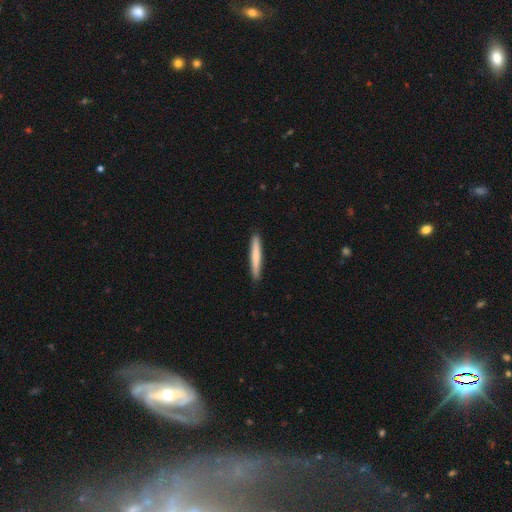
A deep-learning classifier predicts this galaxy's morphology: A smooth galaxy with no disk features (75%) that is cigar-shaped (96%).

Vote fractions:
- Smooth or featured? smooth: 75% / featured or disk: 20% / star or artifact: 5%
- How rounded? cigar-shaped: 96% / in between: 3% / round: 1%
- Merging? none: 92% / minor disturbance: 6% / major disturbance: 1% / merger: 1%